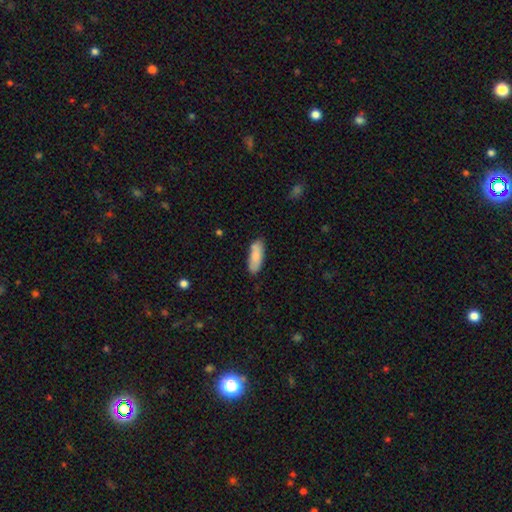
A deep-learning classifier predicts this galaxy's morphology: Smooth or featured?
  - smooth: 83% *
  - featured or disk: 11%
  - star or artifact: 6%
How rounded?
  - in between: 70% *
  - cigar-shaped: 28%
  - round: 2%
Merging?
  - none: 76% *
  - minor disturbance: 16%
  - merger: 4%
  - major disturbance: 3%